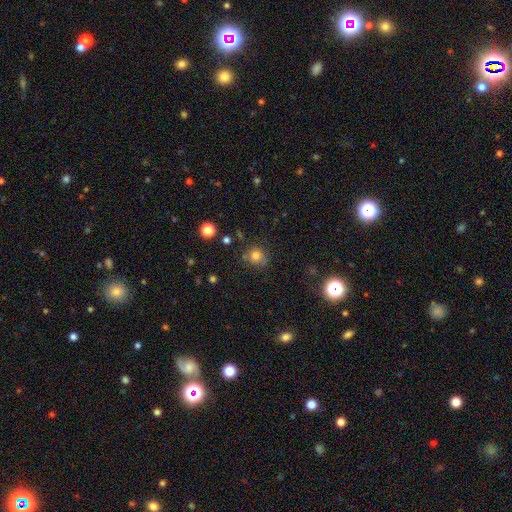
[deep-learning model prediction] Morphology: type=smooth (77%); roundness=round (84%); merging=none (73%).